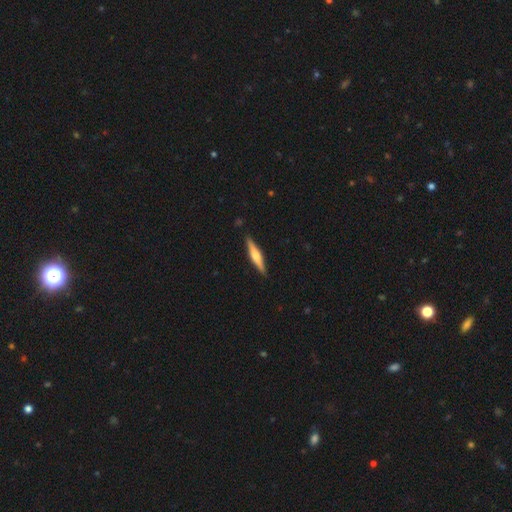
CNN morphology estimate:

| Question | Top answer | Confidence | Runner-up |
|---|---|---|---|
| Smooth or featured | featured or disk | 58% | smooth (36%) |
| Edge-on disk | yes | 97% | no (3%) |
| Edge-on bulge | rounded | 82% | boxy (12%) |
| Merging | none | 90% | minor disturbance (7%) |